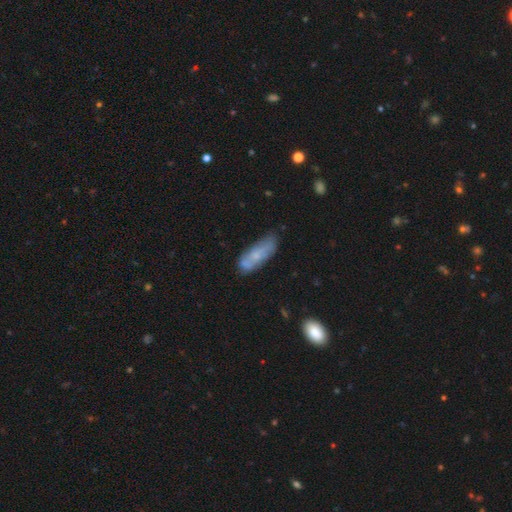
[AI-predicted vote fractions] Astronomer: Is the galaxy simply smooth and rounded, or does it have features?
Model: smooth — 55% (runner-up: featured or disk, 38%).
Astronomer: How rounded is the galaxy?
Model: in between — 59% (runner-up: cigar-shaped, 38%).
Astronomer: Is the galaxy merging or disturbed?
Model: none — 58%.